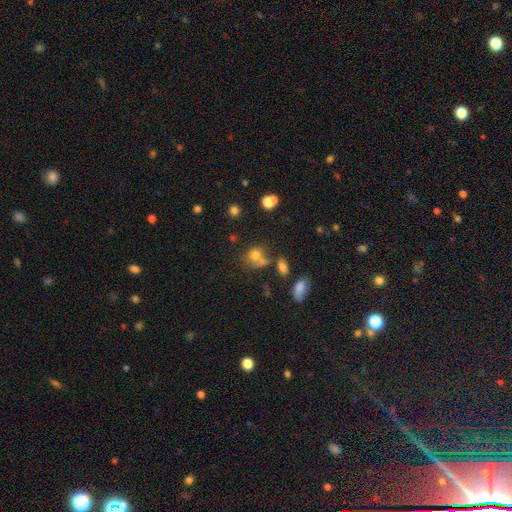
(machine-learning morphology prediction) smooth-or-featured: smooth: 71% | star or artifact: 16% | featured or disk: 13%
  how-rounded: round: 70% | in between: 28% | cigar-shaped: 1%
  merging: none: 46% | merger: 30% | minor disturbance: 15% | major disturbance: 9%